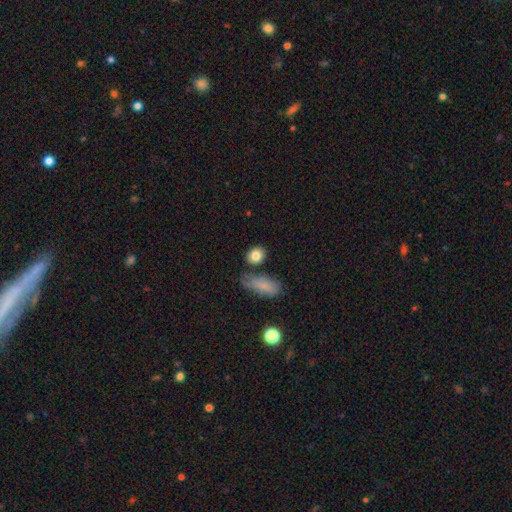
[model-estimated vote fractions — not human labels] Q: Smooth or featured?
A: smooth (84%); runner-up: star or artifact (8%)
Q: How rounded?
A: in between (50%); runner-up: round (48%)
Q: Merging?
A: none (72%); runner-up: minor disturbance (14%)